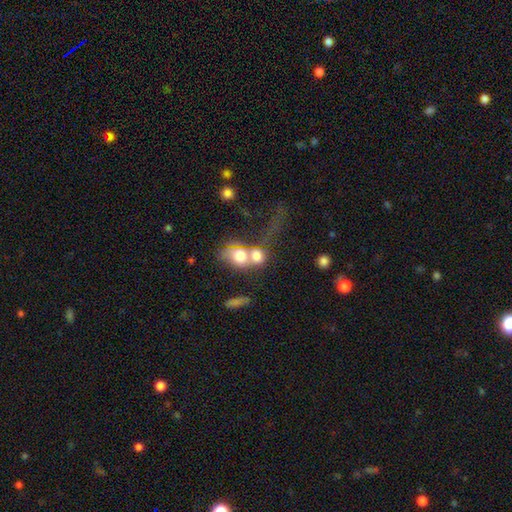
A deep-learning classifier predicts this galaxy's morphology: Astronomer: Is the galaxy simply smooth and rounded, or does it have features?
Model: smooth — 65%.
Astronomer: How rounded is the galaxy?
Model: round — 52% (runner-up: in between, 46%).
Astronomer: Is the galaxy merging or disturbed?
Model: merger — 68%.